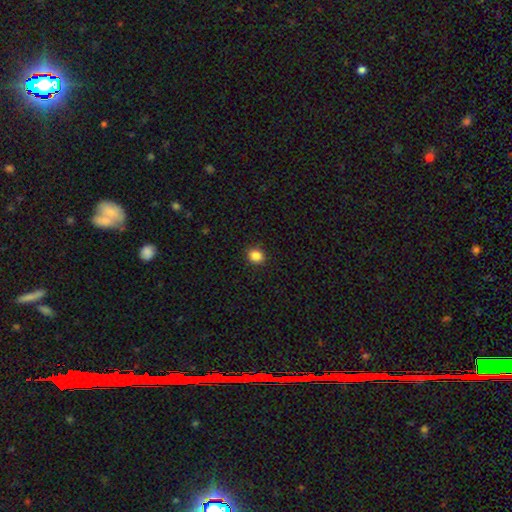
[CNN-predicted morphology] Q: Smooth or featured?
A: smooth (86%); runner-up: star or artifact (10%)
Q: How rounded?
A: round (67%); runner-up: in between (32%)
Q: Merging?
A: none (91%); runner-up: minor disturbance (6%)